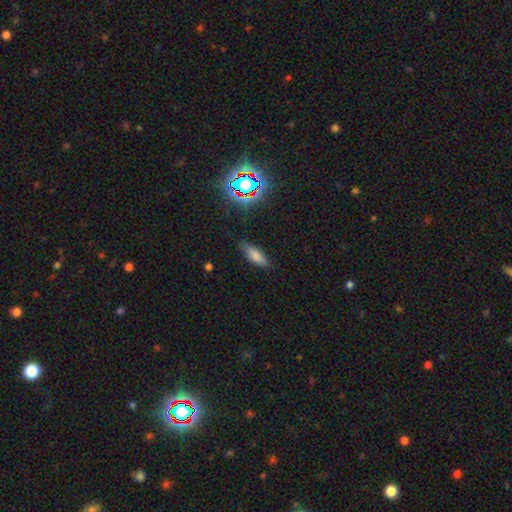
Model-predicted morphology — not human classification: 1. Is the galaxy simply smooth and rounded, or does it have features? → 74% smooth, 13% featured or disk, 13% star or artifact.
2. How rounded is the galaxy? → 63% in between, 34% cigar-shaped, 2% round.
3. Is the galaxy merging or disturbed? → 77% none, 18% minor disturbance, 4% major disturbance, 2% merger.